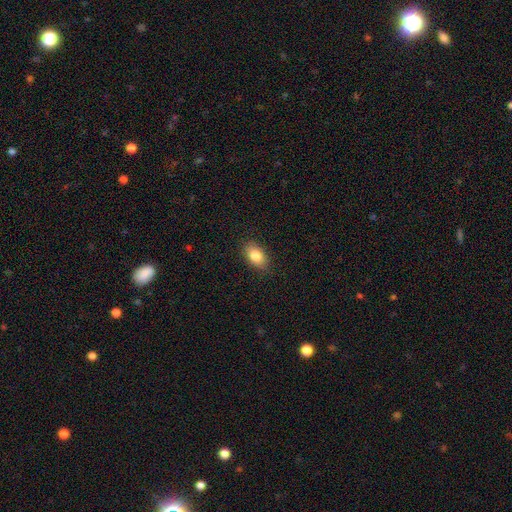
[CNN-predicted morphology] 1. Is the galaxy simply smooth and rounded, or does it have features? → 83% smooth, 9% featured or disk, 8% star or artifact.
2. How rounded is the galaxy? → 87% in between, 11% round, 2% cigar-shaped.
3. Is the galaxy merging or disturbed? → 87% none, 10% minor disturbance, 2% major disturbance, 1% merger.